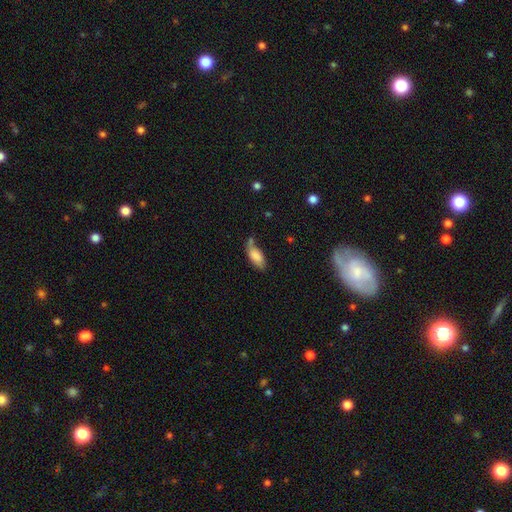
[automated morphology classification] Q: Smooth or featured?
A: smooth (78%); runner-up: featured or disk (14%)
Q: How rounded?
A: in between (86%); runner-up: cigar-shaped (12%)
Q: Merging?
A: none (42%); runner-up: minor disturbance (32%)